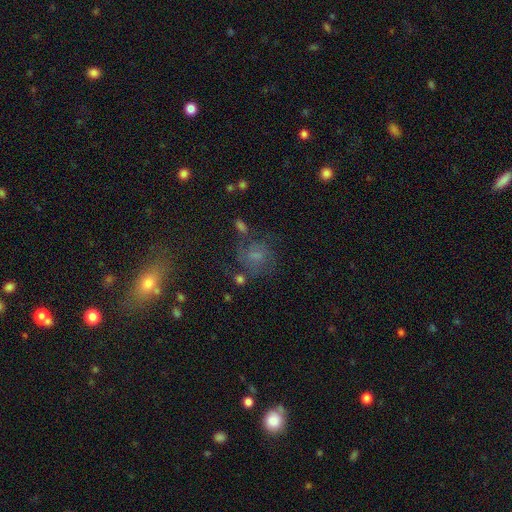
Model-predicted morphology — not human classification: A featured or disk galaxy (43%).

Vote fractions:
- Smooth or featured? featured or disk: 43% / smooth: 38% / star or artifact: 19%
- Merging? none: 53% / minor disturbance: 20% / major disturbance: 18% / merger: 8%